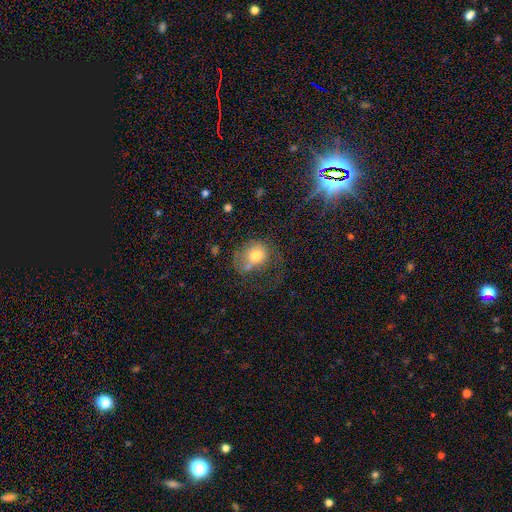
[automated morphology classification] smooth-or-featured: smooth: 66% | featured or disk: 24% | star or artifact: 10%
  how-rounded: round: 63% | in between: 36% | cigar-shaped: 1%
  merging: major disturbance: 39% | none: 30% | minor disturbance: 22% | merger: 9%